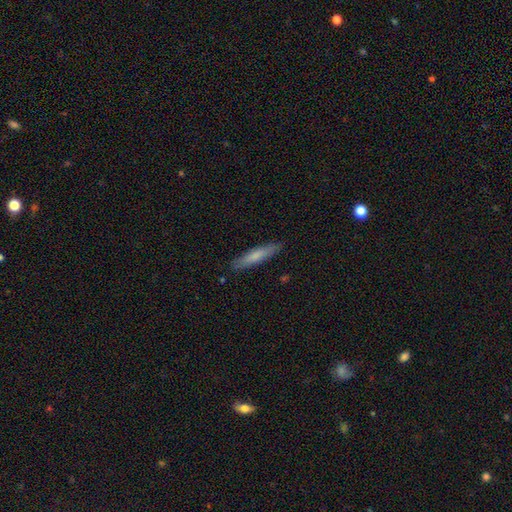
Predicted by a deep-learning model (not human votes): smooth_or_featured: smooth (p=0.71) [alt: featured or disk p=0.24]
how_rounded: cigar-shaped (p=0.89) [alt: in between p=0.09]
merging: none (p=0.89) [alt: minor disturbance p=0.09]